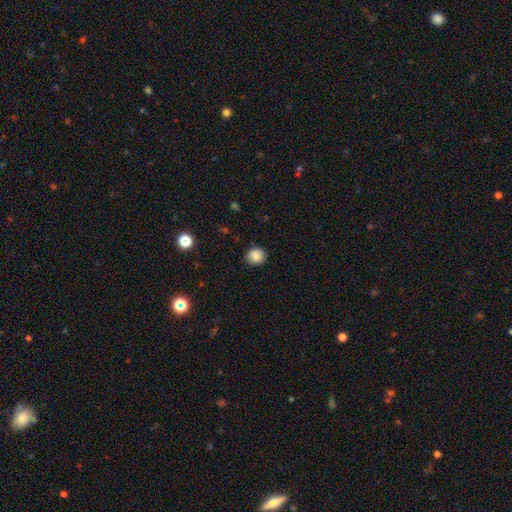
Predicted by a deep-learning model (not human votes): A smooth galaxy with no disk features (86%) that is round (81%).

Vote fractions:
- Smooth or featured? smooth: 86% / star or artifact: 9% / featured or disk: 5%
- How rounded? round: 81% / in between: 18% / cigar-shaped: 1%
- Merging? none: 86% / minor disturbance: 10% / major disturbance: 2% / merger: 1%